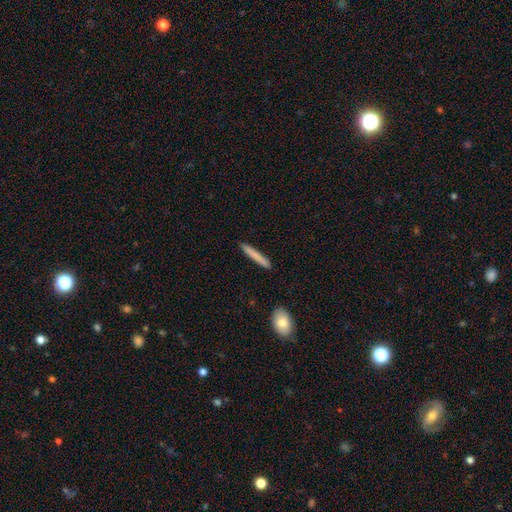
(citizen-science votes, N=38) Morphology: type=smooth (79%); roundness=cigar-shaped (97%); merging=none (84%).